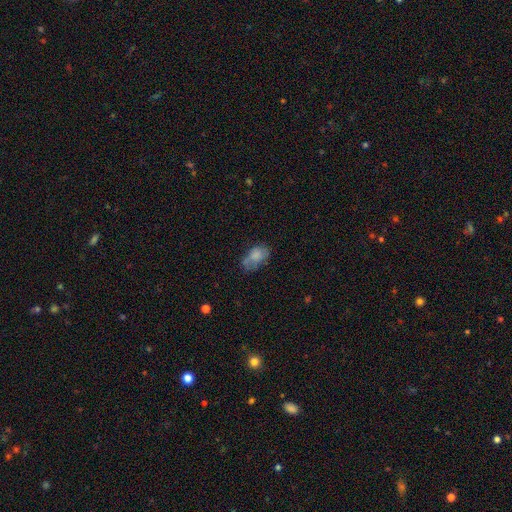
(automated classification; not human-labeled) Q: Smooth or featured?
A: smooth (68%); runner-up: featured or disk (23%)
Q: How rounded?
A: in between (89%); runner-up: round (9%)
Q: Merging?
A: none (44%); runner-up: minor disturbance (32%)